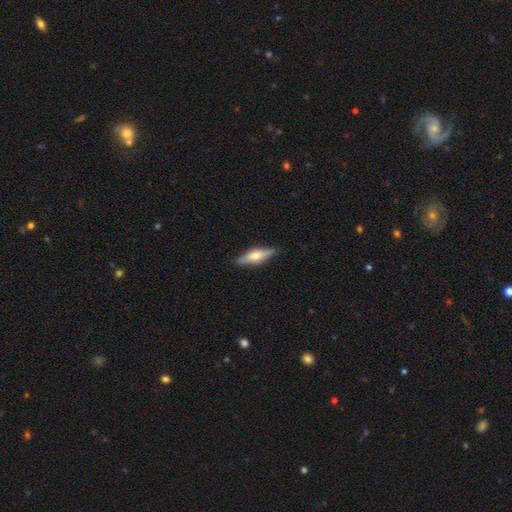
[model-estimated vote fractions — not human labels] Overall: smooth (53%; featured or disk 41%). How rounded: cigar-shaped (55%; in between 43%). Merging: none (86%).